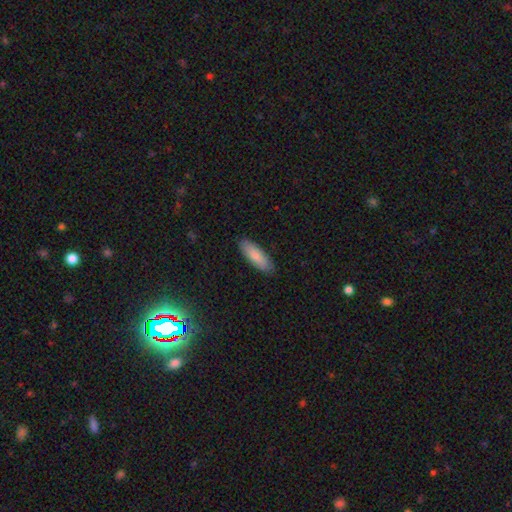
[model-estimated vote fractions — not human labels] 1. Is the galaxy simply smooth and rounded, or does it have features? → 85% smooth, 10% featured or disk, 5% star or artifact.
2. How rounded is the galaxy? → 62% in between, 37% cigar-shaped, 1% round.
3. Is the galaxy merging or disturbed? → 87% none, 10% minor disturbance, 2% major disturbance, 1% merger.